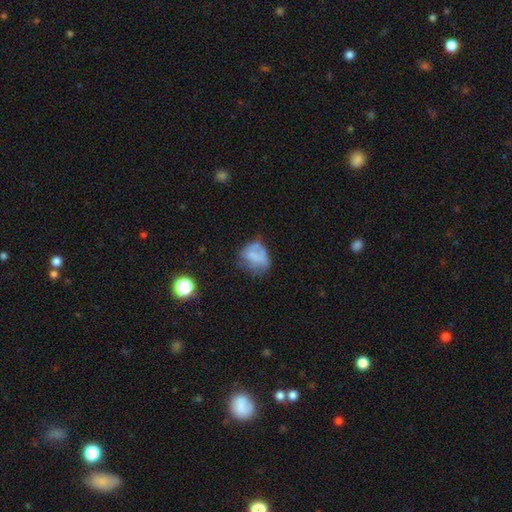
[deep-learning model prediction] Smooth or featured? Predicted: smooth (p=0.60). How rounded? Predicted: round (p=0.55). Merging? Predicted: none (p=0.41).